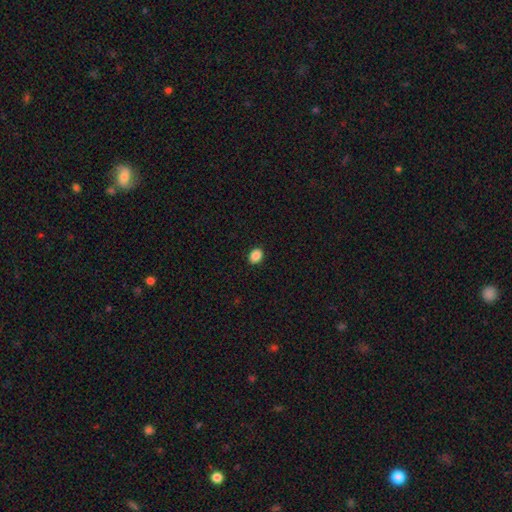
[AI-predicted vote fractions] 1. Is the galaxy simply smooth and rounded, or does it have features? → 88% smooth, 9% star or artifact, 3% featured or disk.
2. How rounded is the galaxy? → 65% in between, 34% round, 1% cigar-shaped.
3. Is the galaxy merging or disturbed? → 91% none, 6% minor disturbance, 2% major disturbance, 1% merger.